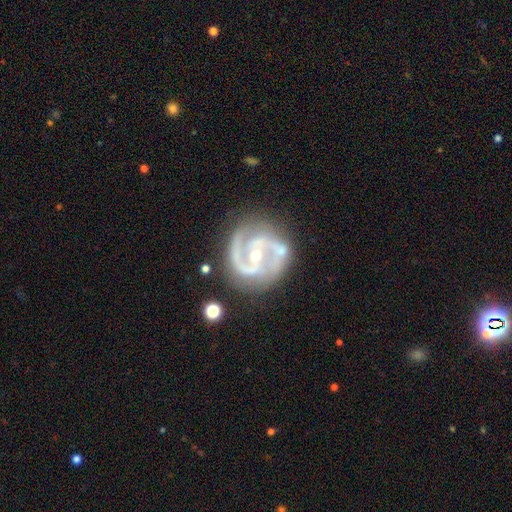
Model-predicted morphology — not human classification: Q: Smooth or featured?
A: featured or disk (91%); runner-up: star or artifact (5%)
Q: Edge-on disk?
A: no (98%); runner-up: yes (2%)
Q: Bar?
A: no (40%); runner-up: weak (35%)
Q: Spiral arms?
A: yes (97%); runner-up: no (3%)
Q: Spiral winding?
A: medium (56%); runner-up: tight (34%)
Q: Spiral arm count?
A: 2 (87%); runner-up: 3 (5%)
Q: Bulge size?
A: small (50%); runner-up: moderate (46%)
Q: Merging?
A: none (73%); runner-up: minor disturbance (17%)